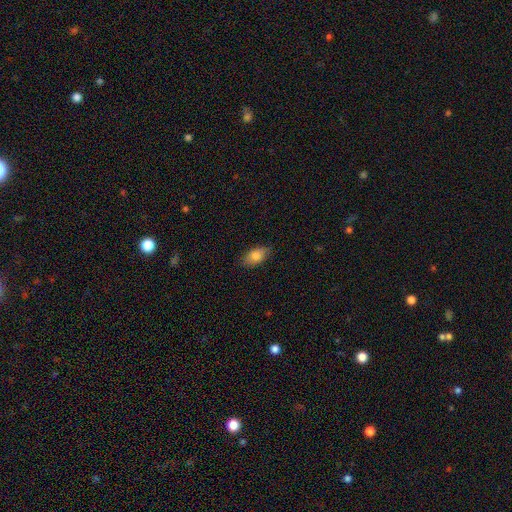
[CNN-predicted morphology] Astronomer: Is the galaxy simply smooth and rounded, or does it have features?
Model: smooth — 81%.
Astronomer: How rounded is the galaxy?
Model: in between — 90%.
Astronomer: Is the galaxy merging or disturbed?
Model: none — 80%.